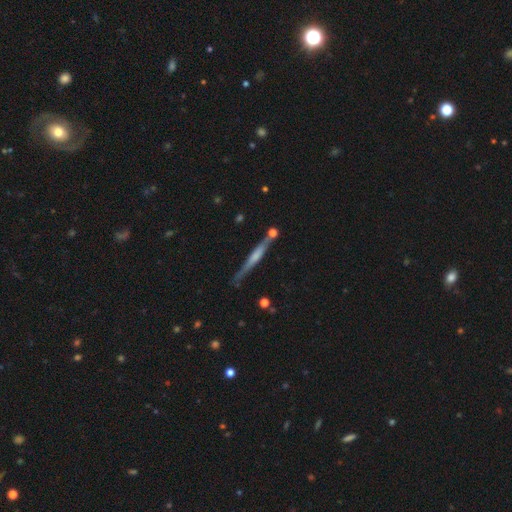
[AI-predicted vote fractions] This is likely a featured or disk galaxy (60%). It is clearly viewed edge-on (96%). Edge-on bulge: marginally none (39%). Merging: likely none (78%).